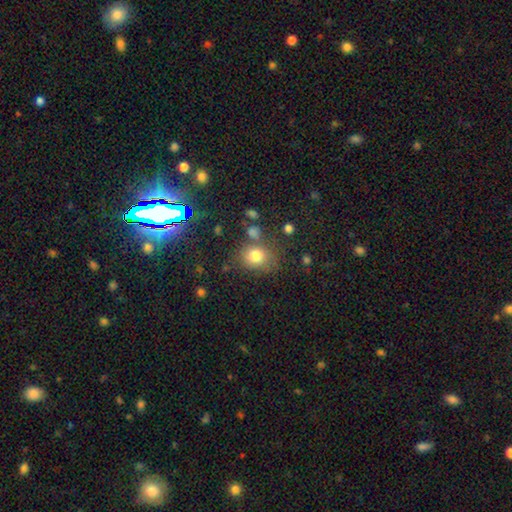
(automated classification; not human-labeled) A smooth galaxy with no disk features (77%) that is round (66%). Merging: none (65%).